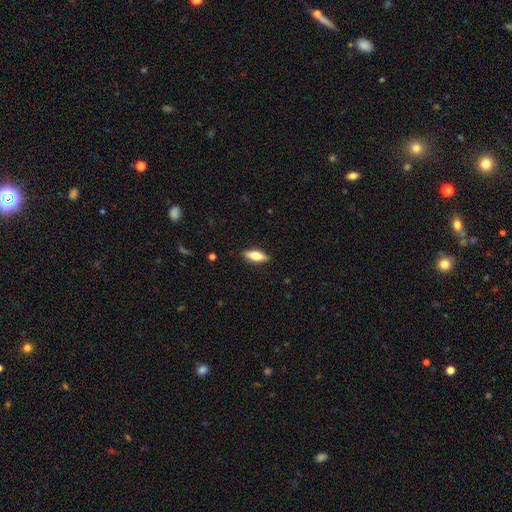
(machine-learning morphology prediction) This is likely a smooth galaxy (65%). How rounded: likely in between (68%). Merging: clearly none (88%).